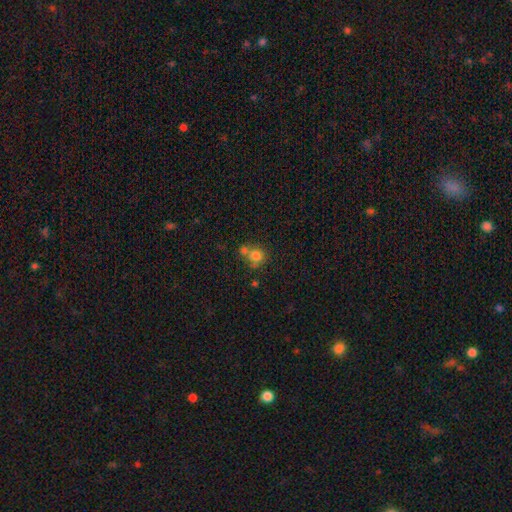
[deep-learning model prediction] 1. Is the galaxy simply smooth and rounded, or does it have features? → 77% smooth, 12% star or artifact, 11% featured or disk.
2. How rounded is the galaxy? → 82% round, 17% in between, 1% cigar-shaped.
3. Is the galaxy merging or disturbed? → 44% none, 40% merger, 11% minor disturbance, 5% major disturbance.